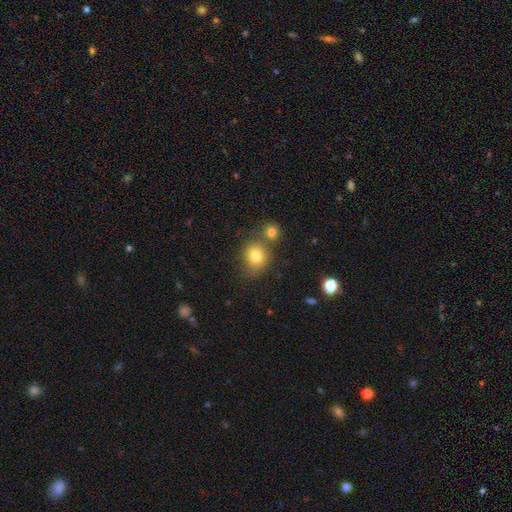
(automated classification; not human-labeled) smooth 79%, star or artifact 12%, featured or disk 9%. Down the decision tree: how rounded — round (70%); merging — none (60%).